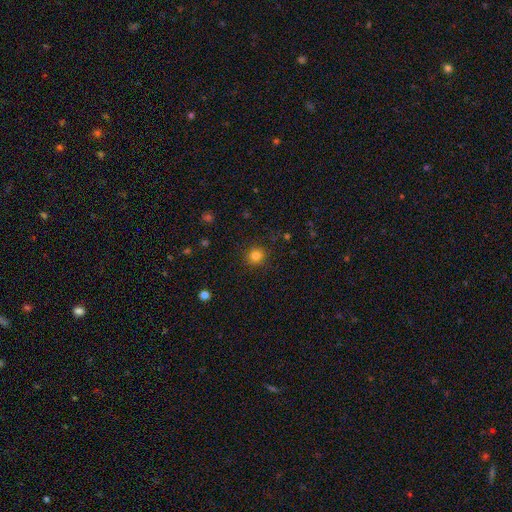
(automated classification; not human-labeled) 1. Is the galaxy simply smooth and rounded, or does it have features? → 83% smooth, 12% star or artifact, 5% featured or disk.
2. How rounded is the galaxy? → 90% round, 9% in between, 1% cigar-shaped.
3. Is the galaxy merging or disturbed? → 88% none, 8% minor disturbance, 3% major disturbance, 1% merger.